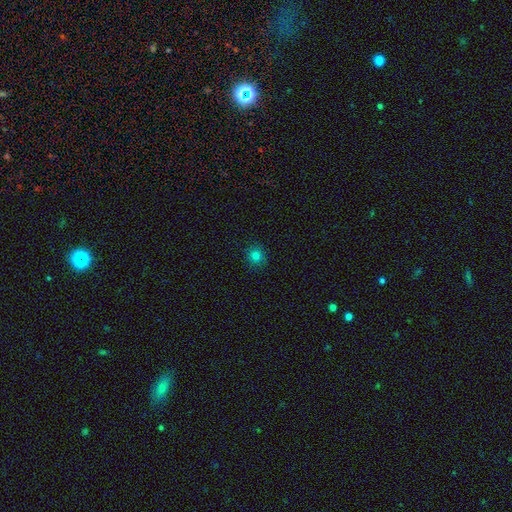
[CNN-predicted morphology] smooth_or_featured: smooth (p=0.80) [alt: star or artifact p=0.15]
how_rounded: round (p=0.88) [alt: in between p=0.11]
merging: none (p=0.91) [alt: minor disturbance p=0.07]